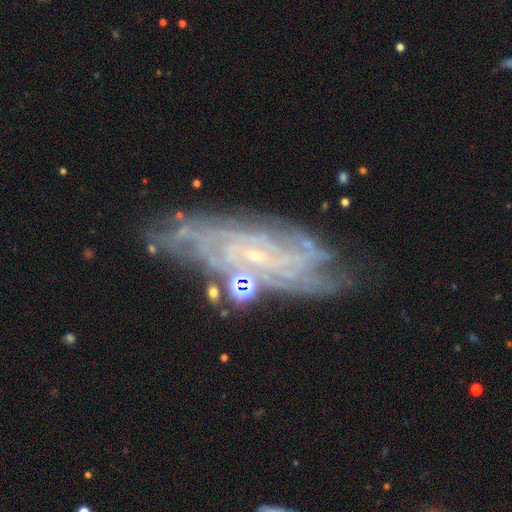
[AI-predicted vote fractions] A featured or disk galaxy (85%) with no bar (60%), tight (69%) spiral arms (95%) and a small central bulge (85%). Merging: none (71%).